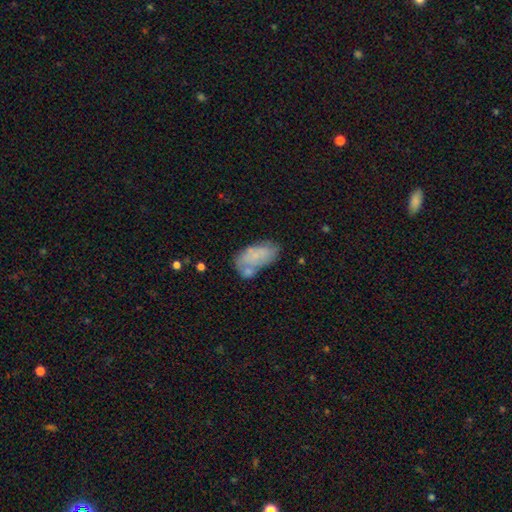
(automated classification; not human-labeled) This appears to be a smooth galaxy with no disk features (65%) that is in between round and cigar-shaped (92%). Merging: none (41%).